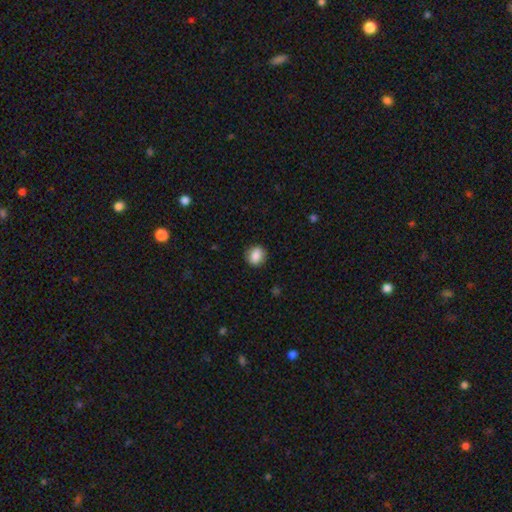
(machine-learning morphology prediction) A smooth galaxy with no disk features (87%) that is round (67%).

Vote fractions:
- Smooth or featured? smooth: 87% / star or artifact: 8% / featured or disk: 5%
- How rounded? round: 67% / in between: 32% / cigar-shaped: 1%
- Merging? none: 88% / minor disturbance: 9% / major disturbance: 2% / merger: 1%